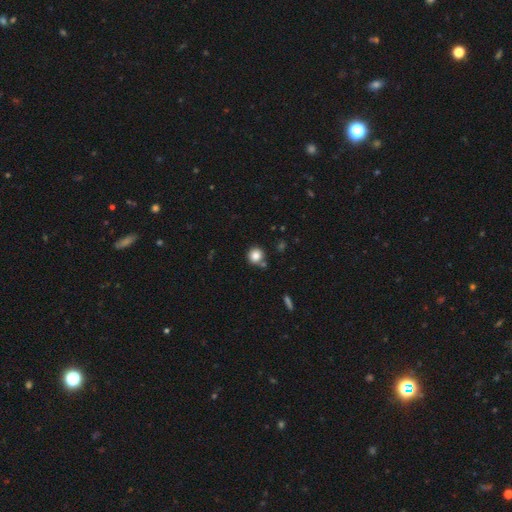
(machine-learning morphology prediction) The model was most divided on "merging": none: 77%, merger: 10%, minor disturbance: 10%, major disturbance: 3%. More confident: how rounded — round (90%); smooth or featured — smooth (84%).